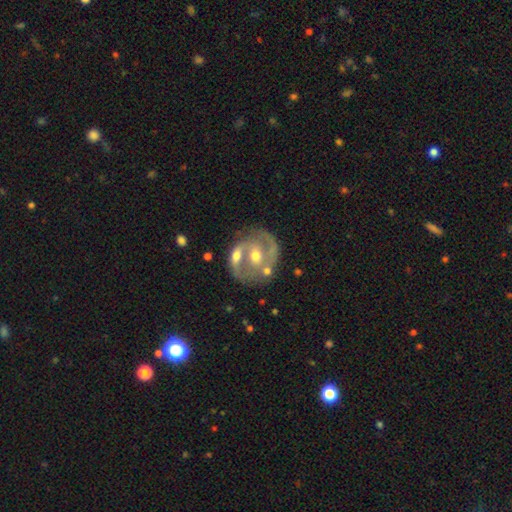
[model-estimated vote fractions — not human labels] A featured or disk galaxy (79%) with no bar (43%), 2 (70%) medium (46%) spiral arms (76%) and a moderate central bulge (72%). Merging: none (50%).